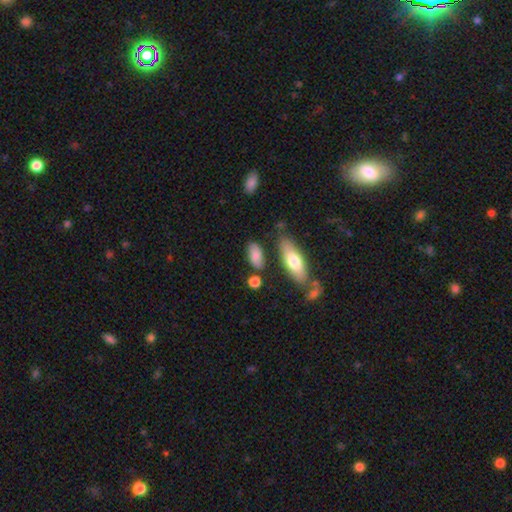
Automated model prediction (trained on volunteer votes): Overall: smooth (79%). How rounded: in between (86%). Merging: none (72%).